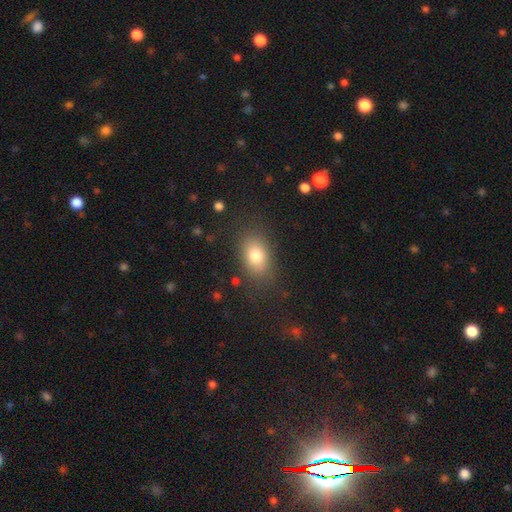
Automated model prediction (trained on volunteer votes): Smooth or featured? Predicted: smooth (p=0.79). How rounded? Predicted: in between (p=0.80). Merging? Predicted: none (p=0.79).